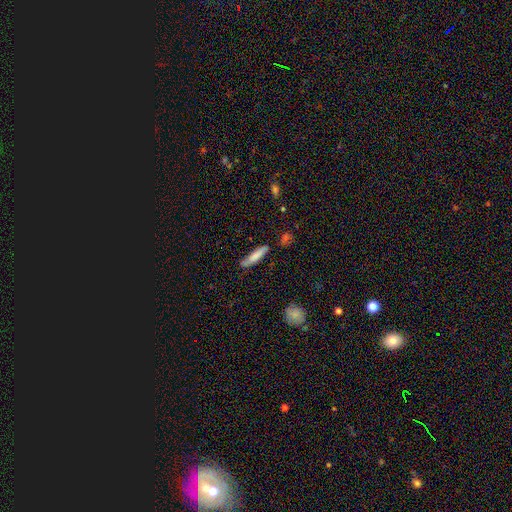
Smooth or featured?
  - smooth: 64% *
  - featured or disk: 33%
  - star or artifact: 3%
How rounded?
  - cigar-shaped: 92% *
  - in between: 8%
  - round: 0%
Merging?
  - none: 58% *
  - minor disturbance: 32%
  - major disturbance: 5%
  - merger: 5%